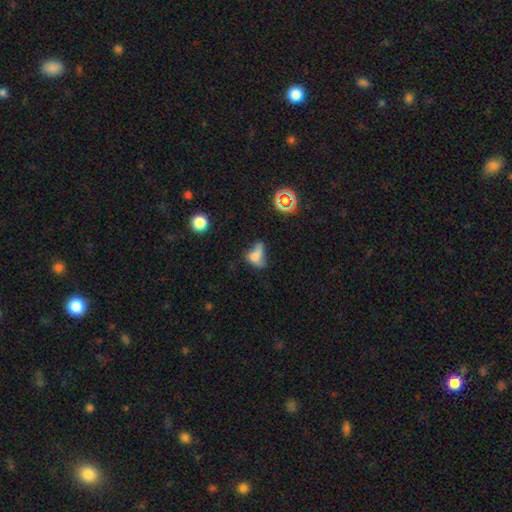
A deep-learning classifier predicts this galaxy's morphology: Smooth or featured?
  - smooth: 57% *
  - featured or disk: 27%
  - star or artifact: 17%
How rounded?
  - in between: 77% *
  - round: 18%
  - cigar-shaped: 5%
Merging?
  - major disturbance: 36% *
  - none: 26%
  - minor disturbance: 26%
  - merger: 13%